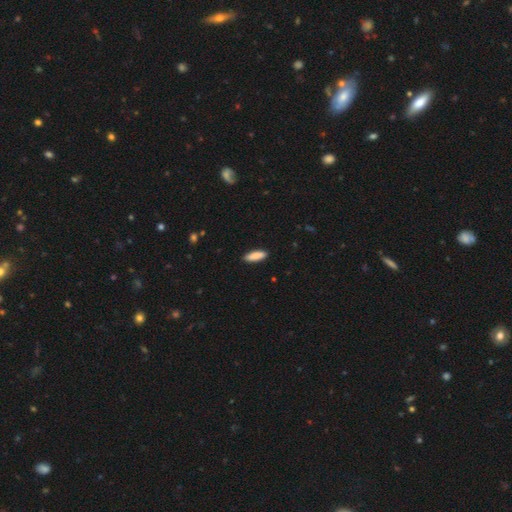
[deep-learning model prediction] The model was most divided on "how rounded": in between: 52%, cigar-shaped: 46%, round: 2%. More confident: merging — none (89%); smooth or featured — smooth (88%).